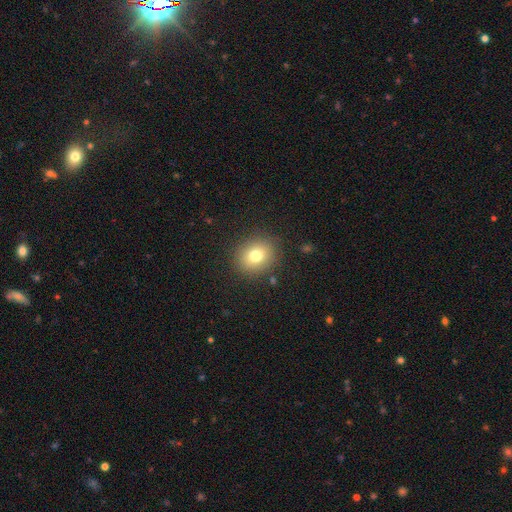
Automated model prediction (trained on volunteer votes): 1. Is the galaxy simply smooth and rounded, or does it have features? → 77% smooth, 12% star or artifact, 11% featured or disk.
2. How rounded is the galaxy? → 71% round, 28% in between, 1% cigar-shaped.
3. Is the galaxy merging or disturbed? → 87% none, 8% minor disturbance, 3% major disturbance, 1% merger.